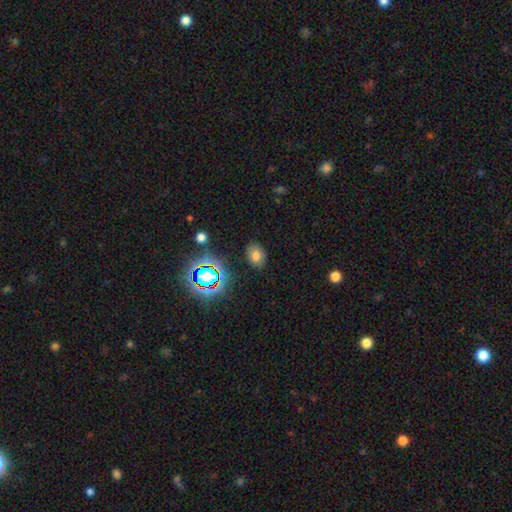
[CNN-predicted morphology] A smooth galaxy with no disk features (71%) that is in between round and cigar-shaped (70%). Merging: none (83%).